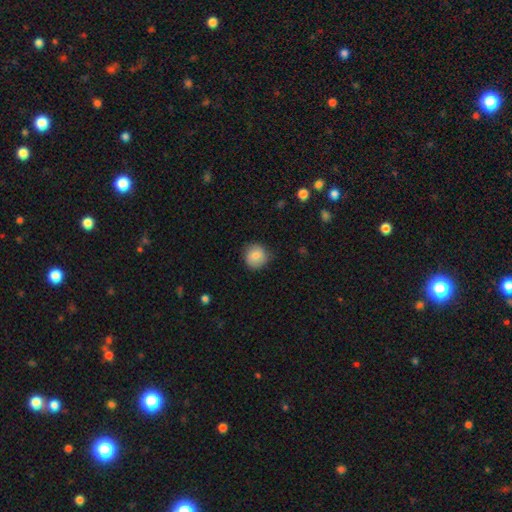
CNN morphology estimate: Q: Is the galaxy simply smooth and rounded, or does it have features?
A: smooth — 82%.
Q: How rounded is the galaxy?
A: round — 89%.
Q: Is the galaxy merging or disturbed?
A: none — 78%.